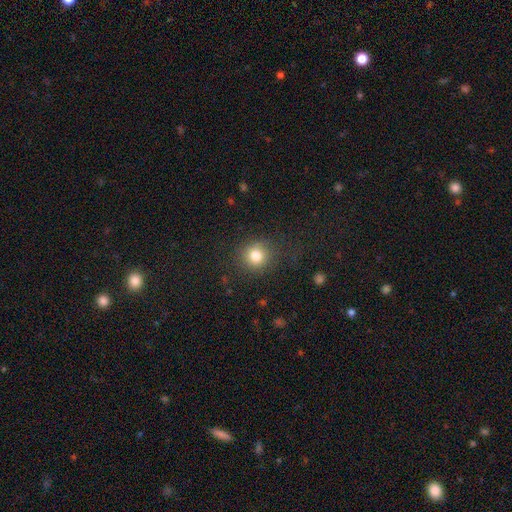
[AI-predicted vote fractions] smooth_or_featured: smooth (p=0.80) [alt: star or artifact p=0.13]
how_rounded: round (p=0.89) [alt: in between p=0.10]
merging: none (p=0.86) [alt: minor disturbance p=0.09]